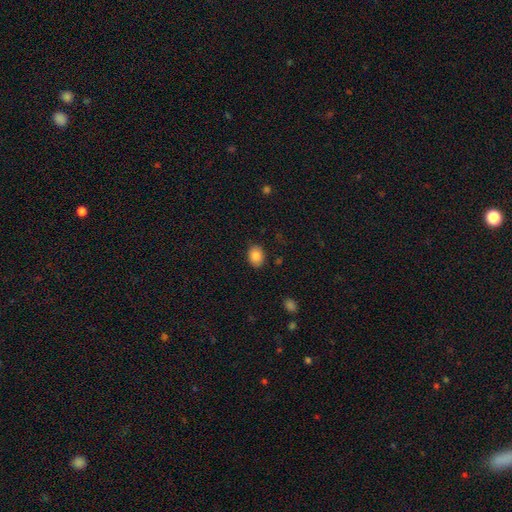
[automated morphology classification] smooth 86%, star or artifact 8%, featured or disk 6%. Down the decision tree: how rounded — in between (60%); merging — none (86%).